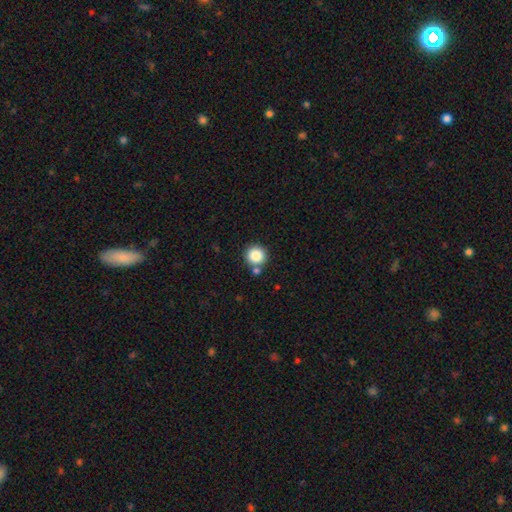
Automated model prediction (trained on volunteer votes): Morphology: type=smooth (85%); roundness=round (93%); merging=none (76%).